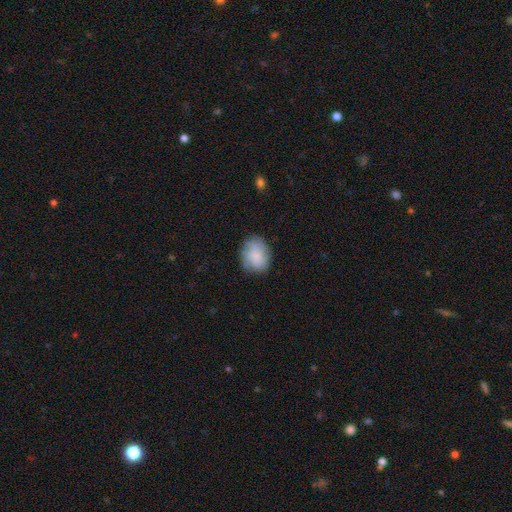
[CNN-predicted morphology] smooth-or-featured: smooth: 79% | featured or disk: 13% | star or artifact: 7%
  how-rounded: in between: 54% | round: 45% | cigar-shaped: 1%
  merging: none: 76% | minor disturbance: 18% | major disturbance: 5% | merger: 1%